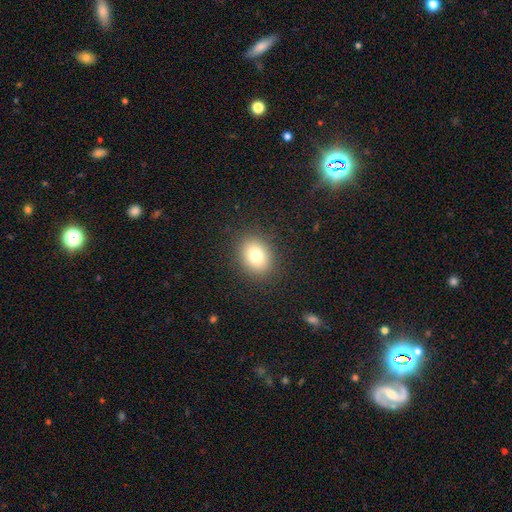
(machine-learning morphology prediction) smooth 78%, star or artifact 12%, featured or disk 10%. Down the decision tree: how rounded — round (54%); merging — none (88%).